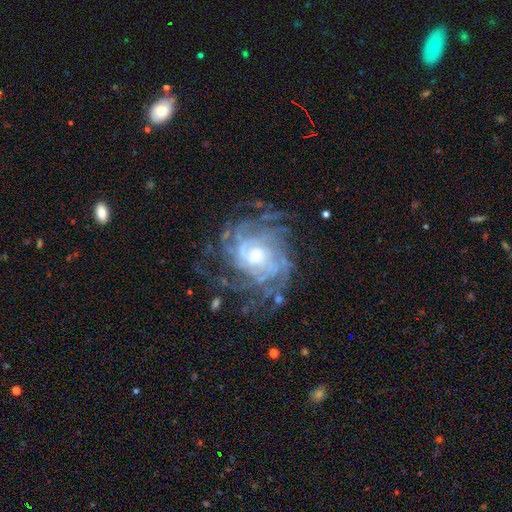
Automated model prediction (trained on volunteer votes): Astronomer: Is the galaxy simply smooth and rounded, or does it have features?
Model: featured or disk — 89%.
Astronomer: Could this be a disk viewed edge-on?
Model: no — 97%.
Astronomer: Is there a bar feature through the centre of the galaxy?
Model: no — 66%.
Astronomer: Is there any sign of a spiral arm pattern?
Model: yes — 96%.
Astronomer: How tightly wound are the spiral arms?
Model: tight — 68%.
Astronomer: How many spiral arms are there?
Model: can't tell — 34% (runner-up: more than 4, 18%).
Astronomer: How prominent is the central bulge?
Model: moderate — 59%.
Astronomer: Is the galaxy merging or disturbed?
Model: none — 68%.